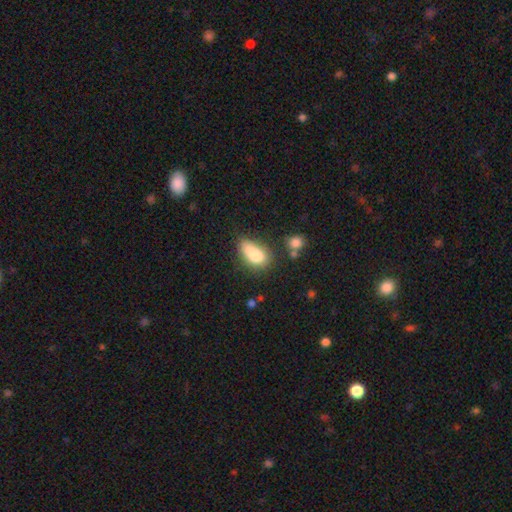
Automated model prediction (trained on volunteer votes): Smooth or featured: smooth — 74% (featured or disk — 17%)
How rounded: in between — 81% (round — 13%)
Merging: merger — 35% (tied with none — 35%)